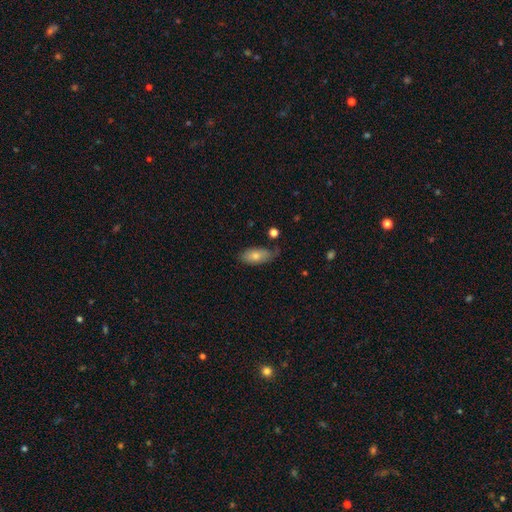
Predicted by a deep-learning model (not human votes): Smooth or featured: smooth — 77% (featured or disk — 17%)
How rounded: in between — 90% (cigar-shaped — 7%)
Merging: none — 54% (minor disturbance — 32%)